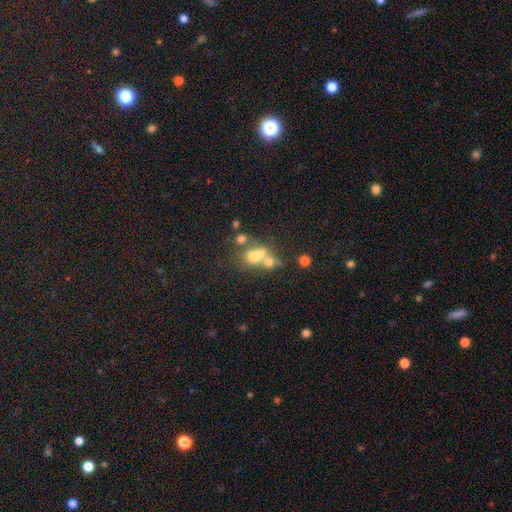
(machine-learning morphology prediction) A smooth galaxy with no disk features (54%) that is round (49%). Merging: merger (57%).